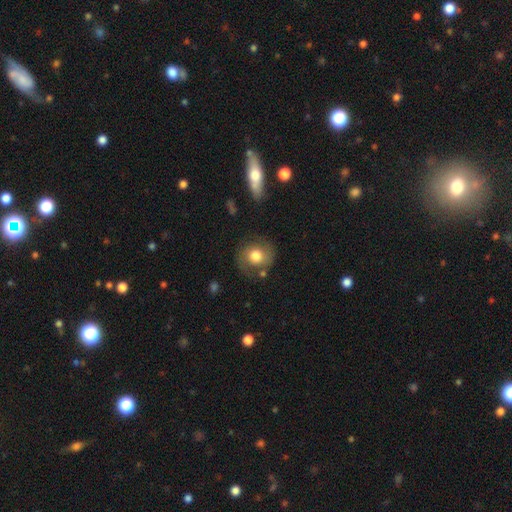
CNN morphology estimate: A smooth galaxy with no disk features (59%) that is round (85%).

Vote fractions:
- Smooth or featured? smooth: 59% / featured or disk: 33% / star or artifact: 9%
- How rounded? round: 85% / in between: 14% / cigar-shaped: 1%
- Merging? none: 74% / minor disturbance: 16% / major disturbance: 7% / merger: 3%